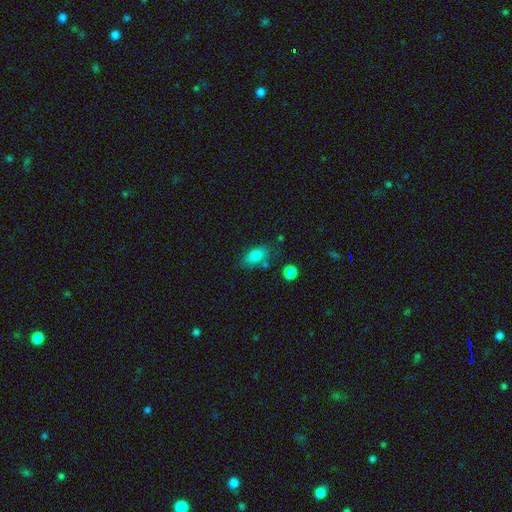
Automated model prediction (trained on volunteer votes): A smooth galaxy with no disk features (82%) that is in between round and cigar-shaped (87%). Merging: none (65%).